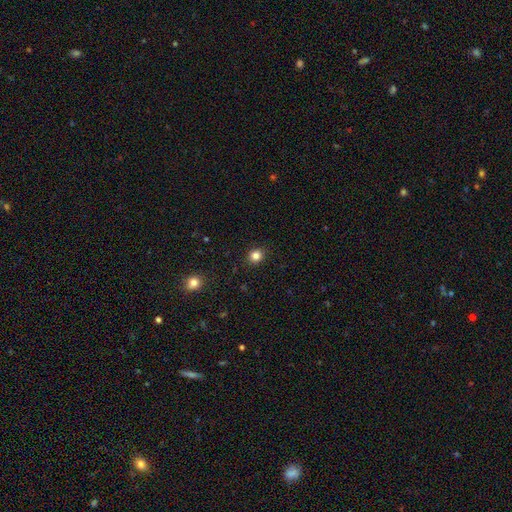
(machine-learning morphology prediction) A smooth galaxy with no disk features (83%) that is round (82%). Merging: none (90%).